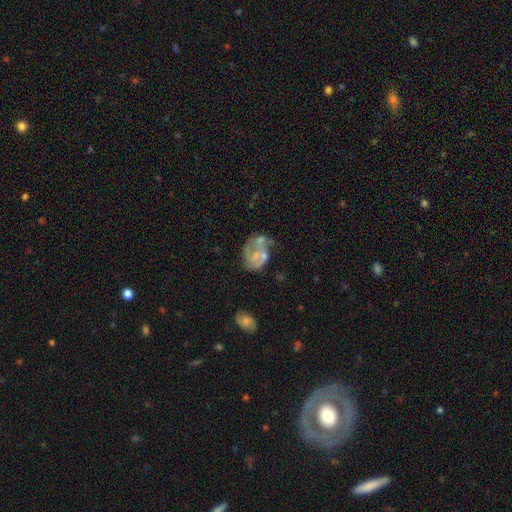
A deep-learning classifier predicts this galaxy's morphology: type=featured or disk (62%); edge-on=no (98%); bar=no (79%); spiral arms=no (61%); bulge=none (42%); merging=none (31%).